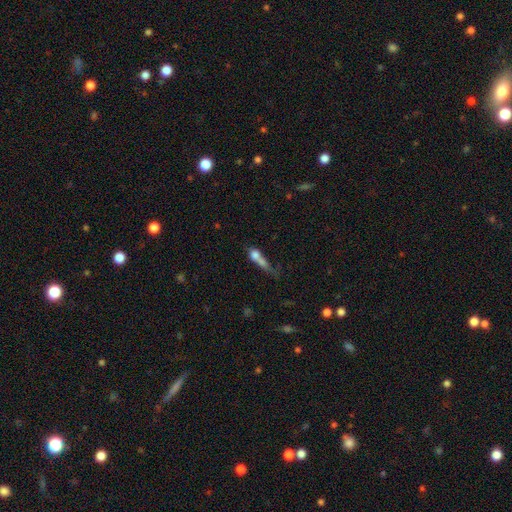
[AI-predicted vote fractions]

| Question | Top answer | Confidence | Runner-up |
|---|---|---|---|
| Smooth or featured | smooth | 63% | featured or disk (25%) |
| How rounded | in between | 41% | round (32%) |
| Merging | merger | 54% | none (19%) |